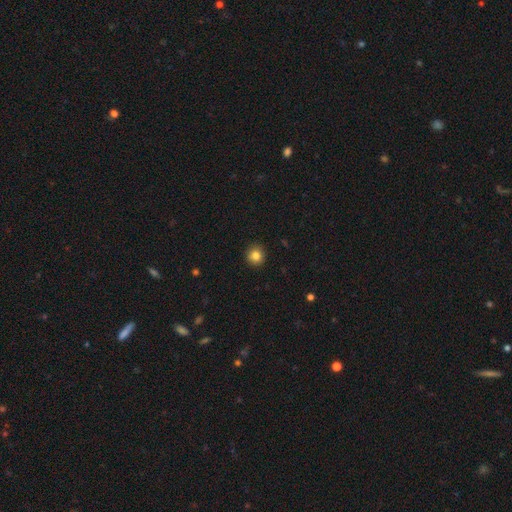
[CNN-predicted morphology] This is clearly a smooth galaxy (84%). How rounded: clearly round (93%). Merging: clearly none (92%).